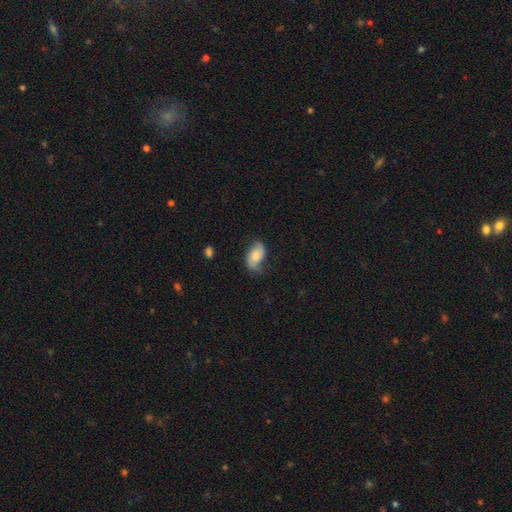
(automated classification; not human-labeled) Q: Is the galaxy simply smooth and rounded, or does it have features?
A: smooth — 49%.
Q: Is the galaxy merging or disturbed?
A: none — 57%.